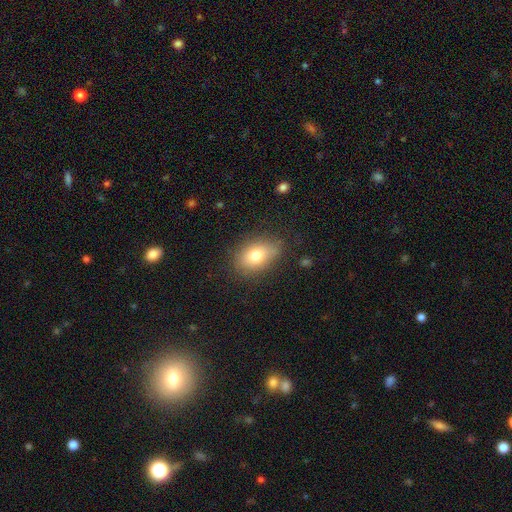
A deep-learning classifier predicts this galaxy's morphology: smooth_or_featured: smooth (p=0.76) [alt: featured or disk p=0.14]
how_rounded: in between (p=0.79) [alt: round p=0.20]
merging: none (p=0.77) [alt: minor disturbance p=0.17]